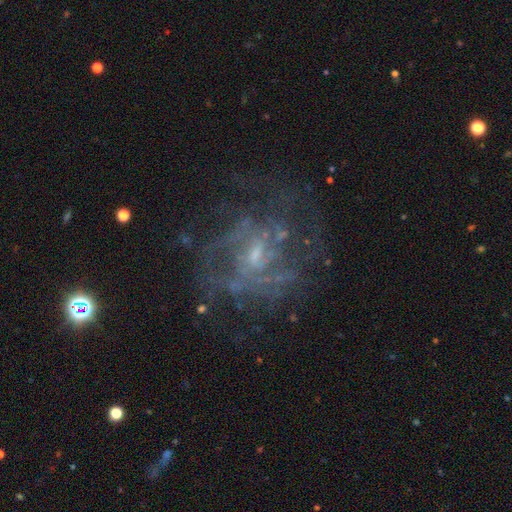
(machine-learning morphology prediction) Overall: featured or disk (77%). Edge-on disk: no (97%). Bar: no (50%; weak 42%). Spiral arms: yes (72%). Spiral arm count: can't tell (49%; 2 17%). Spiral winding: medium (41%; tight 37%). Bulge size: small (60%; moderate 24%). Merging: none (62%).